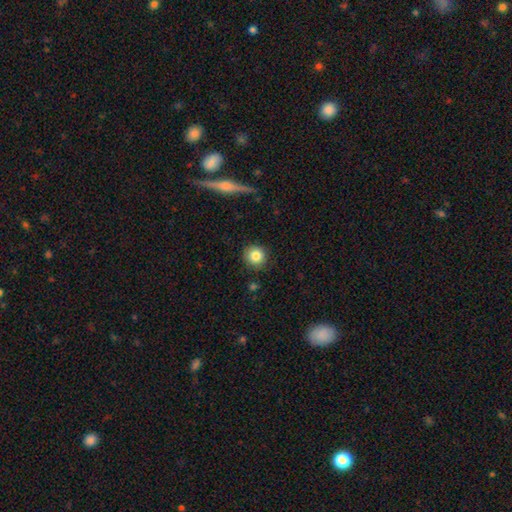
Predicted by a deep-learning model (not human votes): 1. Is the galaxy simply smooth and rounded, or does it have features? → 84% smooth, 9% star or artifact, 7% featured or disk.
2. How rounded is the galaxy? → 93% round, 6% in between, 1% cigar-shaped.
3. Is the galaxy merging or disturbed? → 88% none, 8% minor disturbance, 2% major disturbance, 1% merger.